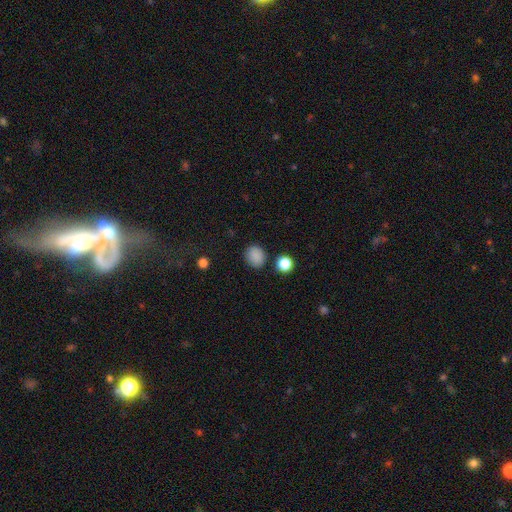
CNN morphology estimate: A smooth galaxy with no disk features (86%) that is round (66%). Merging: none (84%).